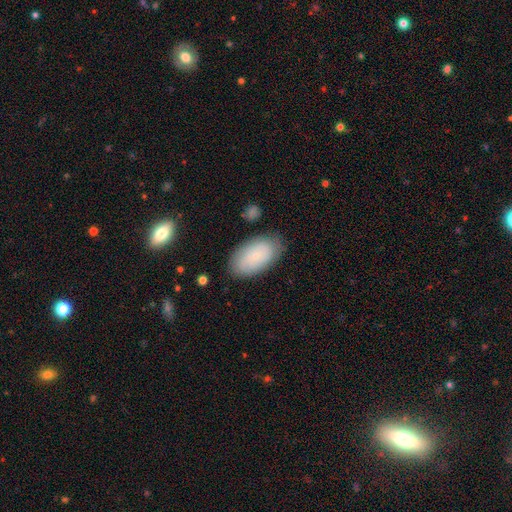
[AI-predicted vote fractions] Smooth or featured: smooth — 68% (featured or disk — 25%)
How rounded: in between — 94% (round — 4%)
Merging: none — 80% (minor disturbance — 15%)